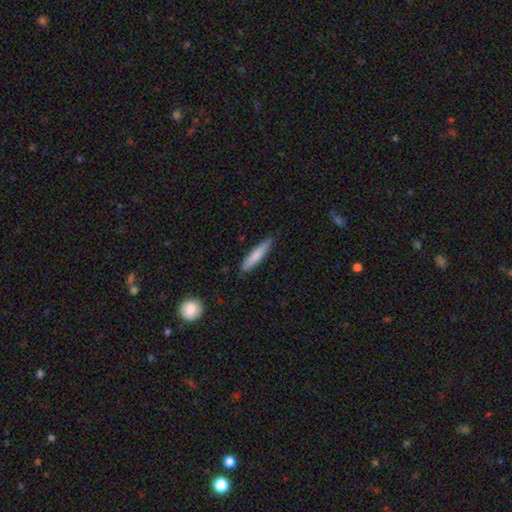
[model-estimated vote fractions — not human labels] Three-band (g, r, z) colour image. It shows a smooth galaxy with no disk features (77%) that is cigar-shaped (88%). Merging: none (87%).